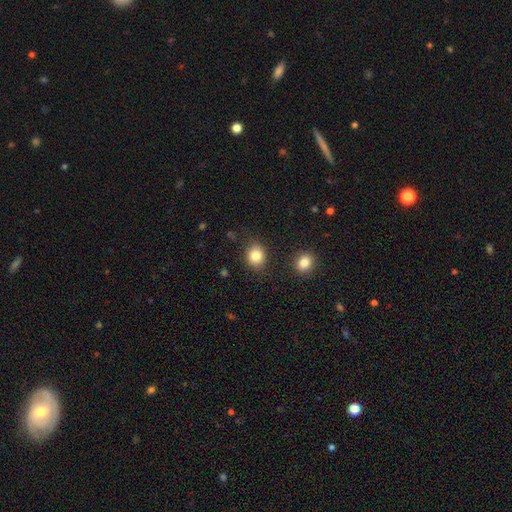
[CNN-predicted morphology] A smooth galaxy with no disk features (83%) that is round (69%).

Vote fractions:
- Smooth or featured? smooth: 83% / star or artifact: 10% / featured or disk: 6%
- How rounded? round: 69% / in between: 30% / cigar-shaped: 1%
- Merging? none: 82% / minor disturbance: 11% / merger: 4% / major disturbance: 3%